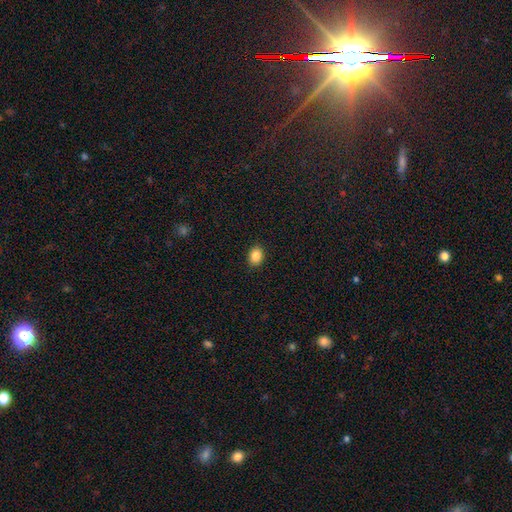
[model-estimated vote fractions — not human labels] Smooth or featured? smooth (87%)
How rounded? in between (63%)
Merging? none (90%)